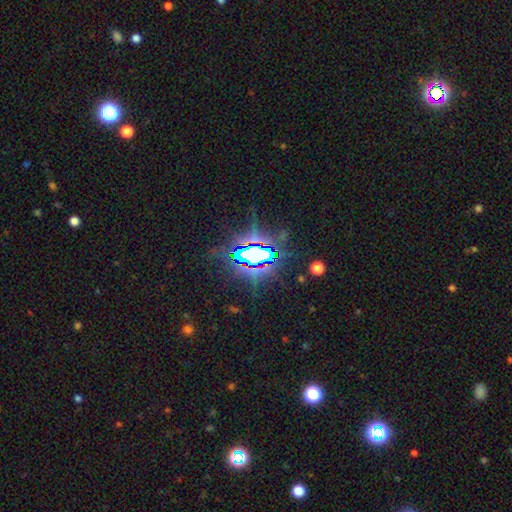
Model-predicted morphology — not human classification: Q: Smooth or featured?
A: star or artifact (75%); runner-up: featured or disk (13%)